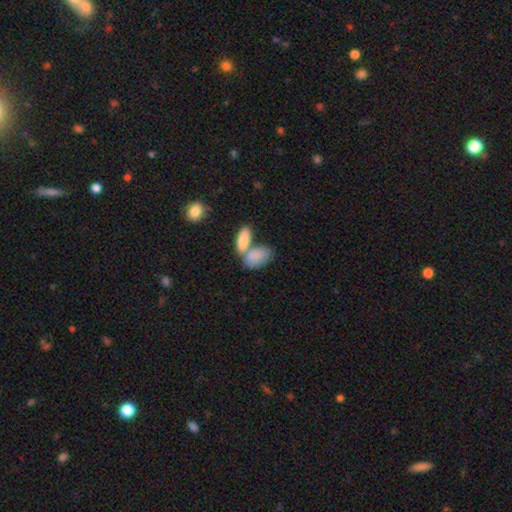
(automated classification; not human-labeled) smooth_or_featured: smooth (p=0.83) [alt: featured or disk p=0.11]
how_rounded: in between (p=0.91) [alt: cigar-shaped p=0.05]
merging: merger (p=0.50) [alt: none p=0.33]